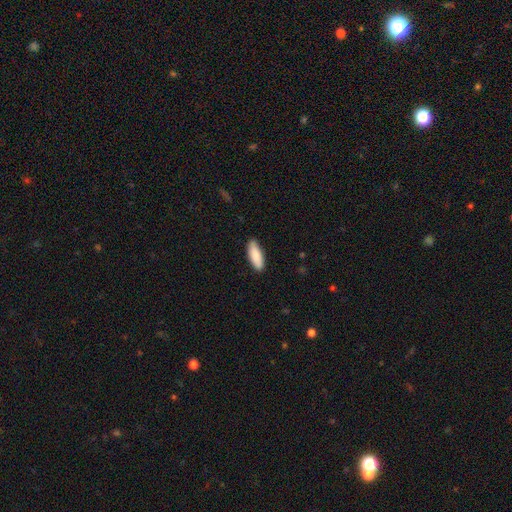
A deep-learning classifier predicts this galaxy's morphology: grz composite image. It shows a smooth galaxy with no disk features (86%) that is in between round and cigar-shaped (70%). Merging: none (86%).